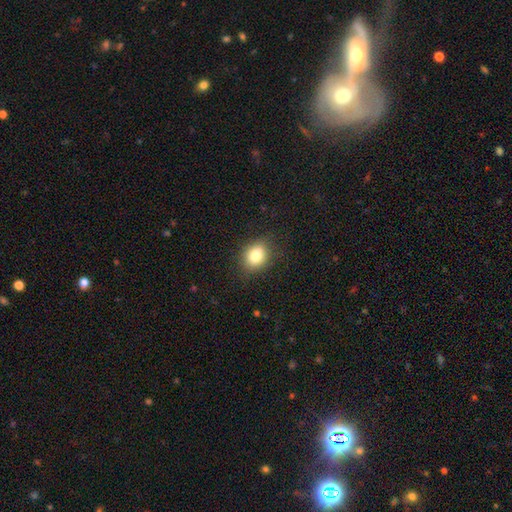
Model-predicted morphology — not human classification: This is clearly a smooth galaxy (80%). How rounded: possibly round (50%). Merging: clearly none (84%).